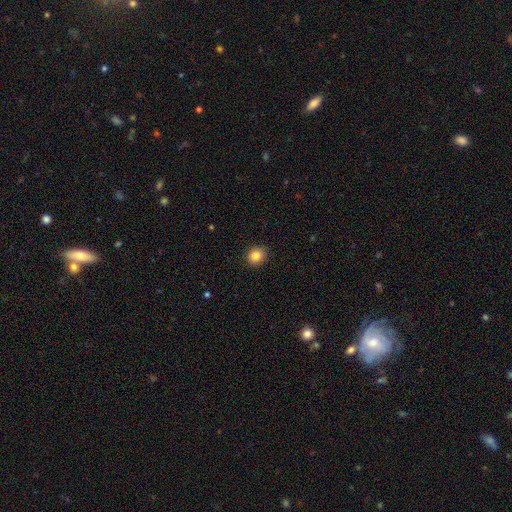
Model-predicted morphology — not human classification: smooth-or-featured: smooth: 86% | star or artifact: 10% | featured or disk: 4%
  how-rounded: round: 71% | in between: 28% | cigar-shaped: 1%
  merging: none: 90% | minor disturbance: 7% | major disturbance: 2% | merger: 1%